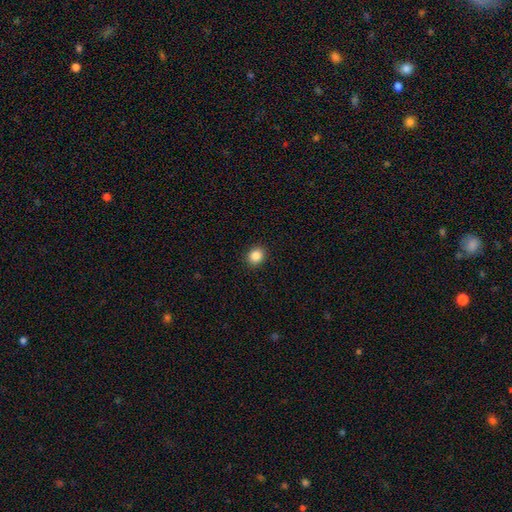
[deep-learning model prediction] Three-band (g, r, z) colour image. It shows a smooth galaxy with no disk features (86%) that is round (77%). Merging: none (92%).